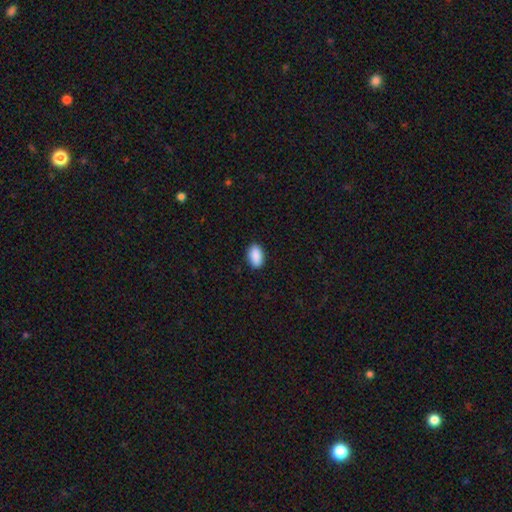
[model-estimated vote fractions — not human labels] Smooth or featured?
  - smooth: 91% *
  - star or artifact: 7%
  - featured or disk: 3%
How rounded?
  - in between: 93% *
  - round: 6%
  - cigar-shaped: 2%
Merging?
  - none: 90% *
  - minor disturbance: 8%
  - major disturbance: 2%
  - merger: 1%